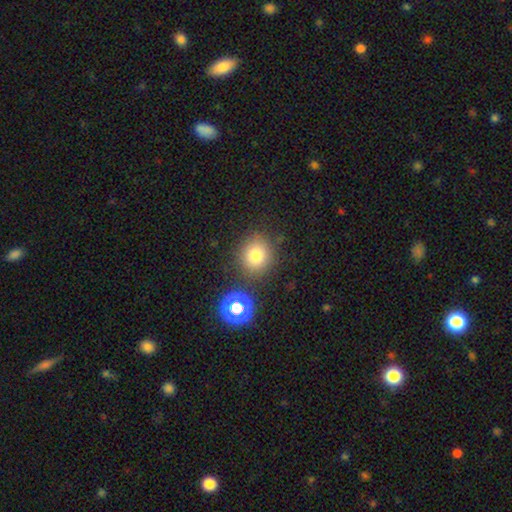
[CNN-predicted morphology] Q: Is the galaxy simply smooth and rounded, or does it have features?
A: smooth — 77%.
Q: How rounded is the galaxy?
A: round — 82%.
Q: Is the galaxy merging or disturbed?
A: none — 79%.